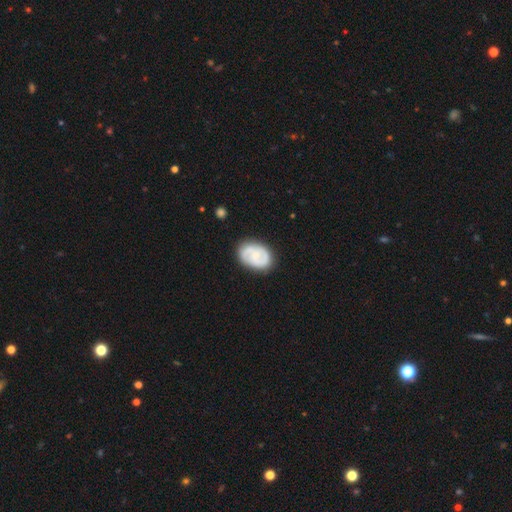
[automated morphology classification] Smooth or featured? featured or disk (62%)
Edge-on disk? no (97%)
Bar? no (53%)
Spiral arms? yes (84%)
Spiral winding? tight (42%, tied with medium)
Spiral arm count? 2 (72%)
Bulge size? small (49%)
Merging? none (80%)